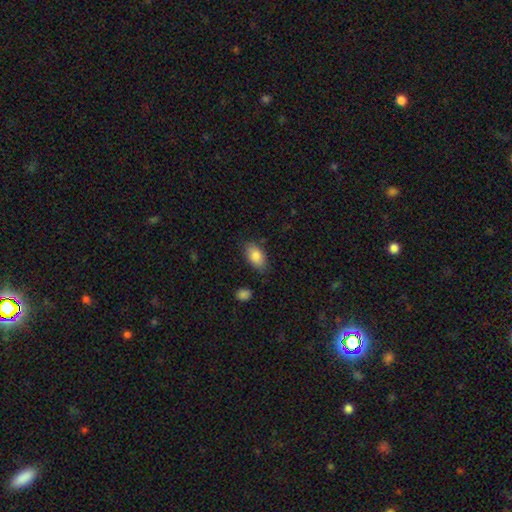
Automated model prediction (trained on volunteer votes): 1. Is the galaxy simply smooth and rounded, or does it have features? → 85% smooth, 8% featured or disk, 7% star or artifact.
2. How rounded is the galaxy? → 92% in between, 5% round, 3% cigar-shaped.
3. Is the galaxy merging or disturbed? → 80% none, 15% minor disturbance, 3% major disturbance, 2% merger.